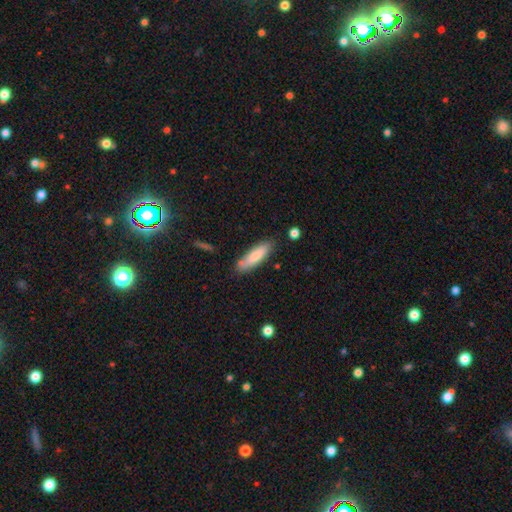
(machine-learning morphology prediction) smooth-or-featured: smooth: 79% | featured or disk: 15% | star or artifact: 6%
  how-rounded: cigar-shaped: 63% | in between: 36% | round: 1%
  merging: none: 78% | minor disturbance: 15% | merger: 4% | major disturbance: 3%